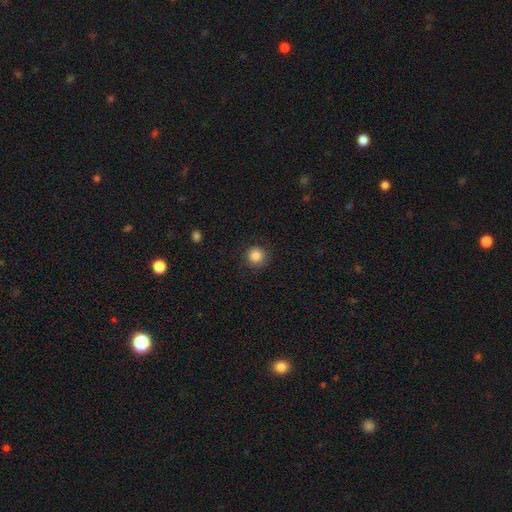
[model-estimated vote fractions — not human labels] Smooth or featured? Predicted: smooth (p=0.85). How rounded? Predicted: round (p=0.94). Merging? Predicted: none (p=0.87).